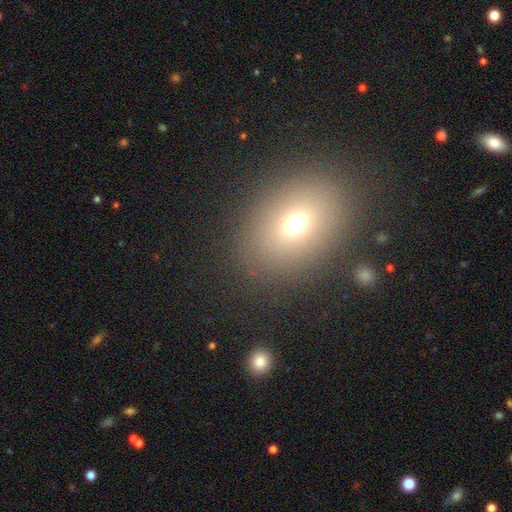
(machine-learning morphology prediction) This appears to be a smooth galaxy with no disk features (67%) that is in between round and cigar-shaped (67%). Merging: none (87%).